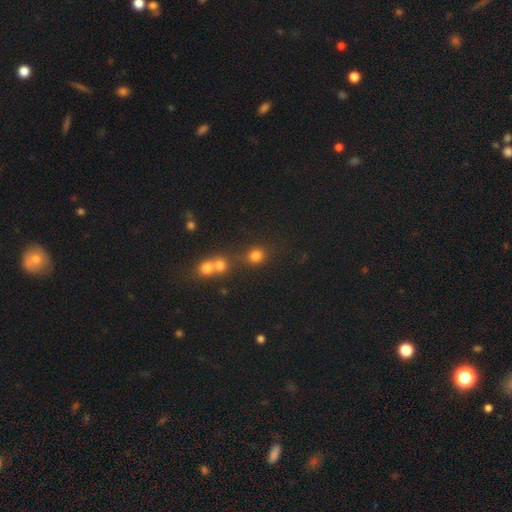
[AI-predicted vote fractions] smooth 77%, star or artifact 17%, featured or disk 6%. Down the decision tree: how rounded — round (85%); merging — none (63%).